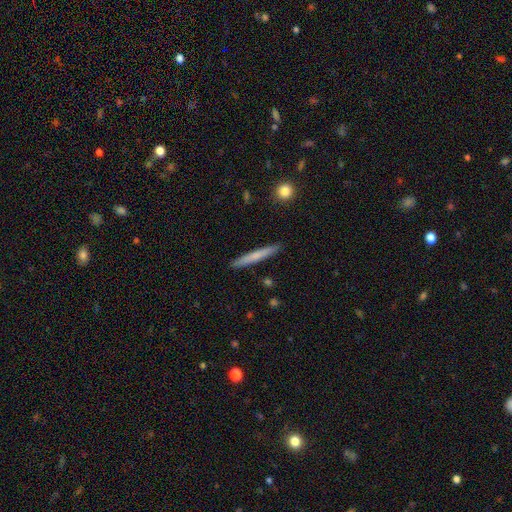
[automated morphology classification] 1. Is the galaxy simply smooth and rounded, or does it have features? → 63% smooth, 32% featured or disk, 5% star or artifact.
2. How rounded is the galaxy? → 96% cigar-shaped, 2% in between, 1% round.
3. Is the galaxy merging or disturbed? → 91% none, 6% minor disturbance, 1% major disturbance, 1% merger.